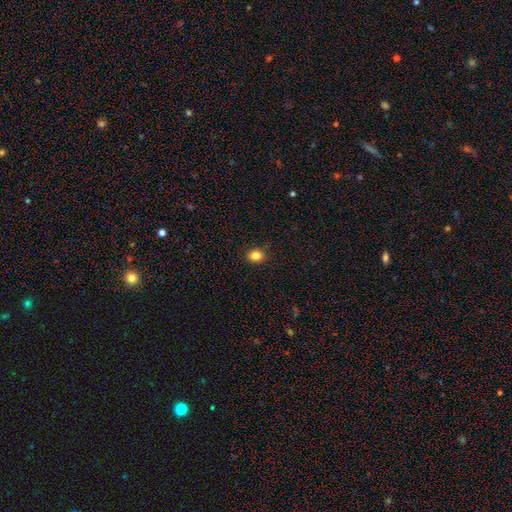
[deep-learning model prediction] smooth_or_featured: smooth (p=0.84) [alt: star or artifact p=0.12]
how_rounded: round (p=0.67) [alt: in between p=0.32]
merging: none (p=0.89) [alt: minor disturbance p=0.08]